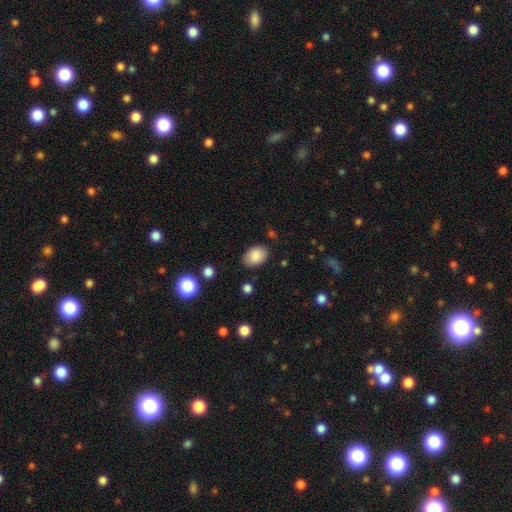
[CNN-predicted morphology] This is clearly a smooth galaxy (88%). How rounded: clearly in between (81%). Merging: clearly none (81%).